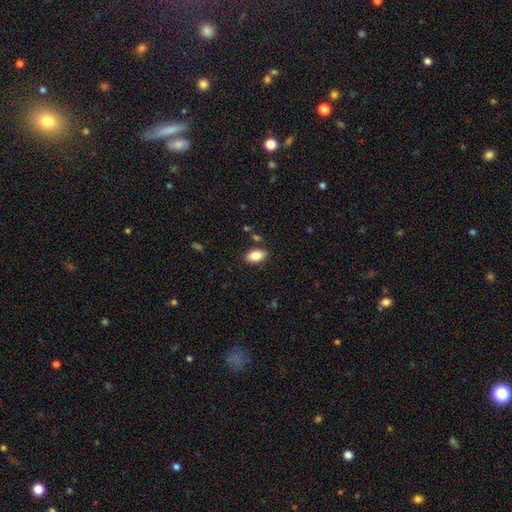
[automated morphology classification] Smooth or featured?
  - smooth: 84% *
  - featured or disk: 8%
  - star or artifact: 8%
How rounded?
  - in between: 92% *
  - round: 5%
  - cigar-shaped: 3%
Merging?
  - none: 86% *
  - minor disturbance: 9%
  - merger: 2%
  - major disturbance: 2%